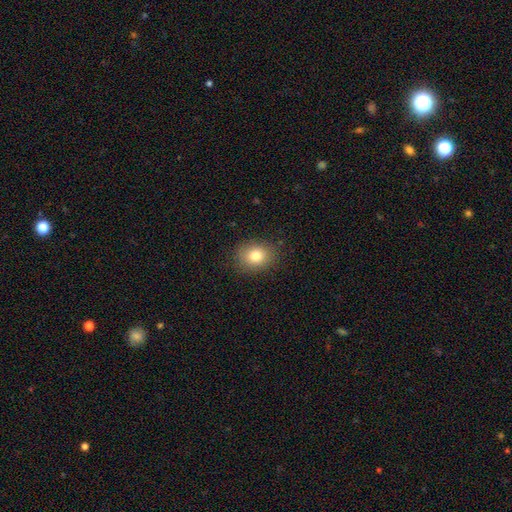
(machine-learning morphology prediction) smooth-or-featured: smooth: 80% | star or artifact: 11% | featured or disk: 10%
  how-rounded: round: 55% | in between: 44% | cigar-shaped: 1%
  merging: none: 86% | minor disturbance: 10% | major disturbance: 3% | merger: 1%